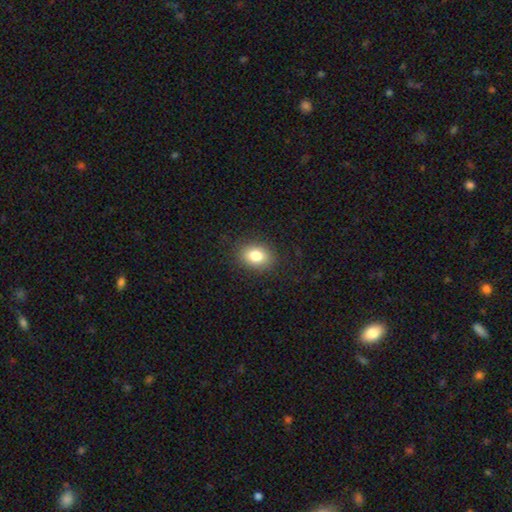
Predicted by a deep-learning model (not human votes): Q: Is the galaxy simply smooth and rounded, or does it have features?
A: smooth — 82%.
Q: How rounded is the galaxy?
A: in between — 67%.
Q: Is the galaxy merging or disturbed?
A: none — 87%.